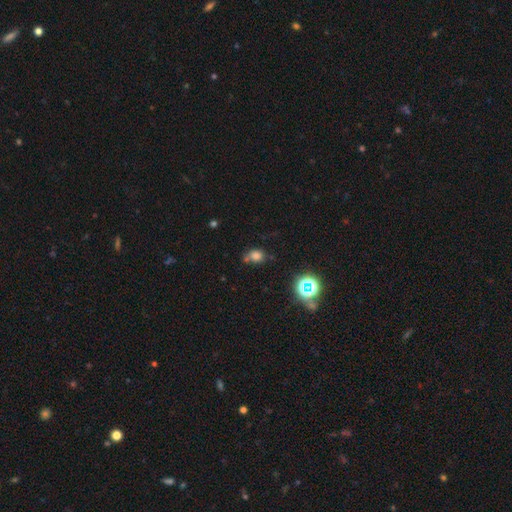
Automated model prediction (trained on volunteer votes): Smooth or featured: smooth — 71% (star or artifact — 20%)
How rounded: round — 58% (in between — 41%)
Merging: none — 55% (minor disturbance — 22%)